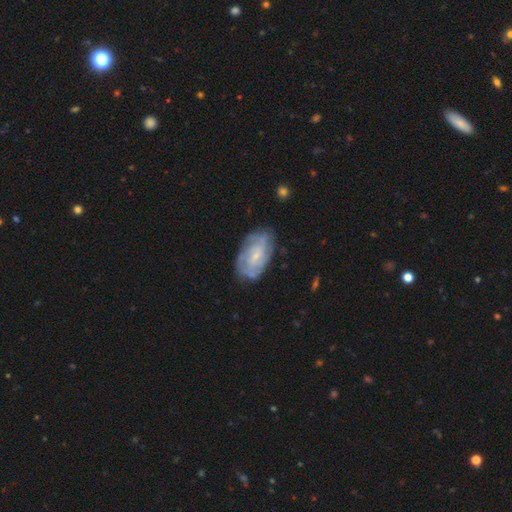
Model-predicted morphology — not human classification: smooth-or-featured: featured or disk: 75% | smooth: 19% | star or artifact: 6%
  disk-edge-on: no: 96% | yes: 4%
    bar: no: 47% | weak: 44% | strong: 9%
    has-spiral-arms: yes: 90% | no: 10%
      spiral-winding: tight: 59% | medium: 32% | loose: 9%
      spiral-arm-count: can't tell: 42% | 2: 24% | 3: 16% | 4: 10% | more than 4: 4% | 1: 4%
    bulge-size: small: 70% | moderate: 20% | none: 7% | large: 1% | dominant: 1%
  merging: none: 72% | minor disturbance: 20% | major disturbance: 6% | merger: 2%